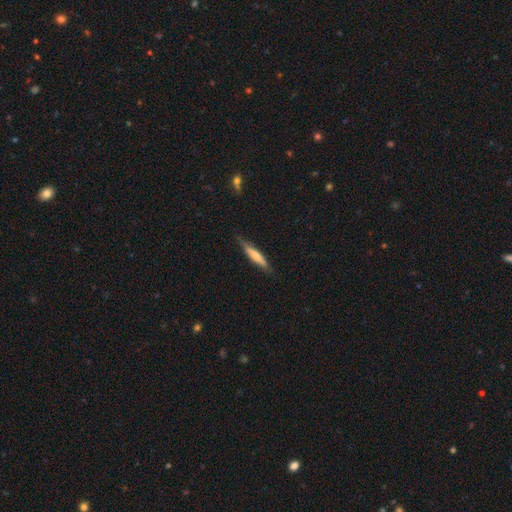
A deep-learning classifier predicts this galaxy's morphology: type=smooth (55%); roundness=cigar-shaped (86%); merging=none (78%).